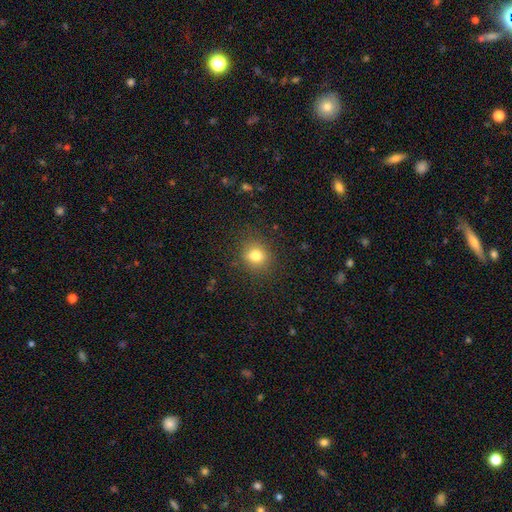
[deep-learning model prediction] smooth_or_featured: smooth (p=0.79) [alt: star or artifact p=0.13]
how_rounded: round (p=0.75) [alt: in between p=0.24]
merging: none (p=0.86) [alt: minor disturbance p=0.09]